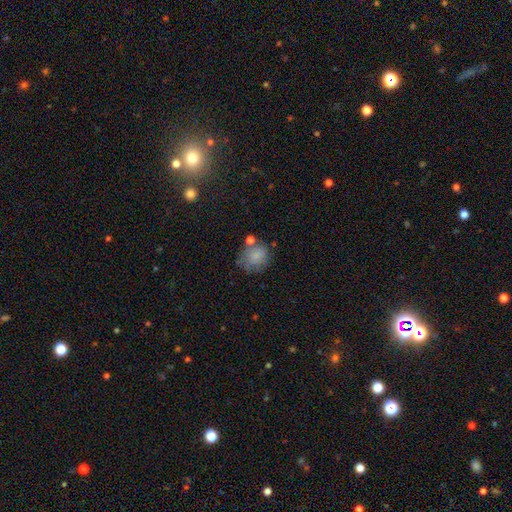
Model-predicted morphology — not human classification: Smooth or featured?
  - smooth: 78% *
  - featured or disk: 13%
  - star or artifact: 10%
How rounded?
  - round: 71% *
  - in between: 28%
  - cigar-shaped: 1%
Merging?
  - none: 56% *
  - minor disturbance: 22%
  - merger: 12%
  - major disturbance: 10%